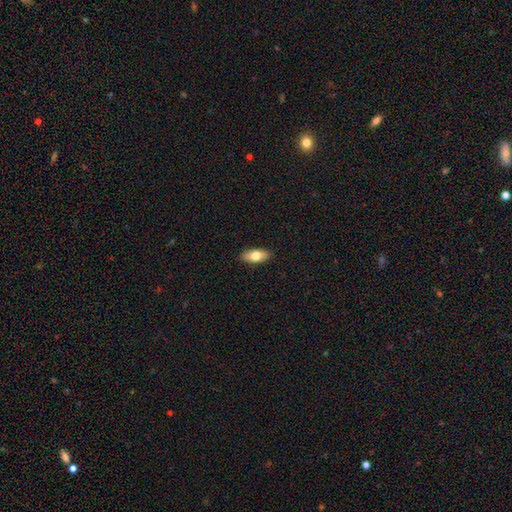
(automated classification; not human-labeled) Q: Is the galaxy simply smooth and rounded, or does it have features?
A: smooth — 73%.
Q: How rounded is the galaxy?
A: in between — 84%.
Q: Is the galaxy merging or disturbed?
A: none — 89%.